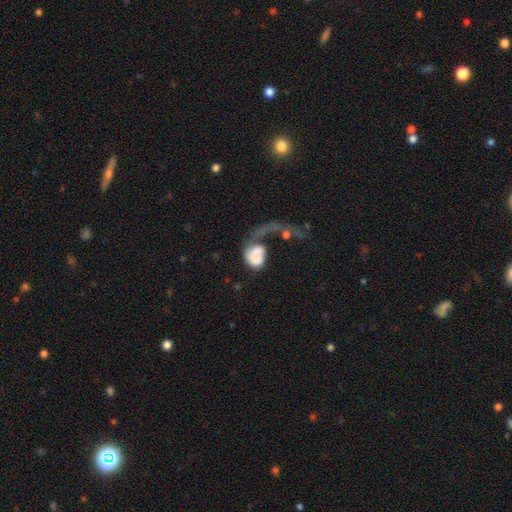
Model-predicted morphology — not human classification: Overall: smooth (58%; featured or disk 34%). How rounded: in between (55%; round 43%). Merging: major disturbance (51%; merger 26%).